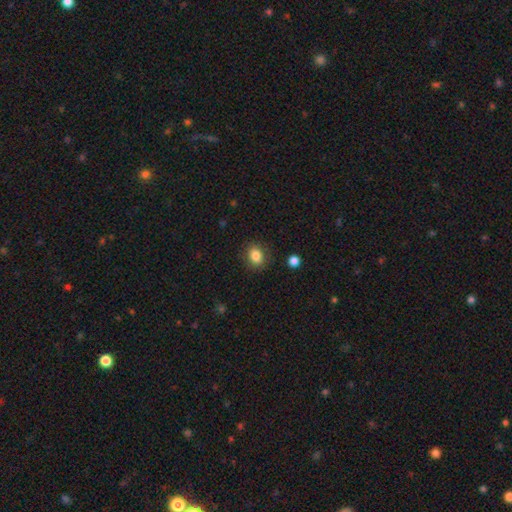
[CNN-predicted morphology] Smooth or featured?
  - smooth: 85% *
  - star or artifact: 10%
  - featured or disk: 5%
How rounded?
  - in between: 54% *
  - round: 45%
  - cigar-shaped: 1%
Merging?
  - none: 85% *
  - minor disturbance: 10%
  - major disturbance: 3%
  - merger: 1%